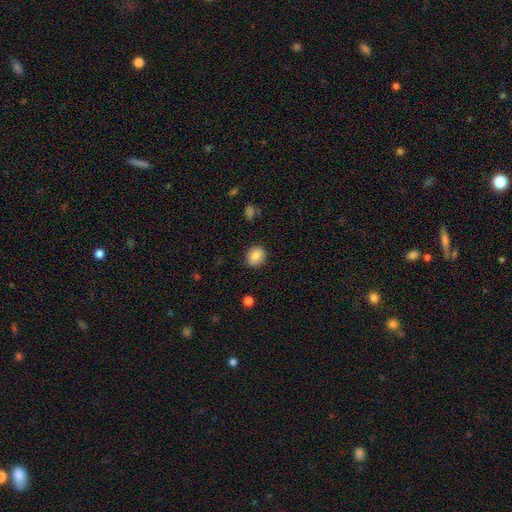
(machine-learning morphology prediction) Smooth or featured: smooth — 85% (star or artifact — 9%)
How rounded: round — 75% (in between — 24%)
Merging: none — 89% (minor disturbance — 8%)